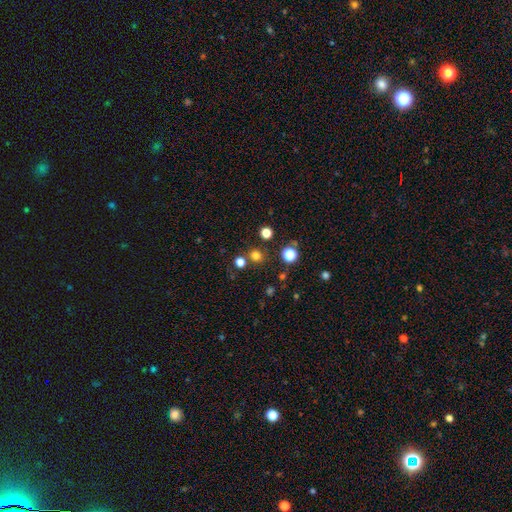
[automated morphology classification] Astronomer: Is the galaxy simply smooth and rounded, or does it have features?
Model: smooth — 74%.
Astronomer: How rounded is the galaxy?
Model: round — 89%.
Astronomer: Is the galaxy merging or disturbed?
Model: none — 81%.